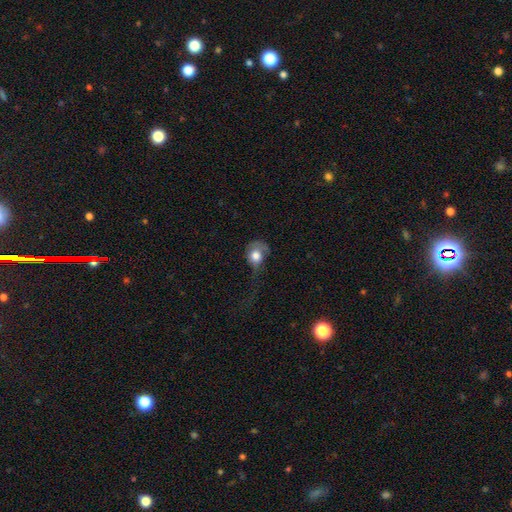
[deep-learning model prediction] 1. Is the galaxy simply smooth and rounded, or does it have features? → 69% smooth, 22% featured or disk, 8% star or artifact.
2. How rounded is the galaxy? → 61% round, 38% in between, 1% cigar-shaped.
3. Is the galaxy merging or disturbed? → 51% major disturbance, 24% minor disturbance, 22% none, 3% merger.